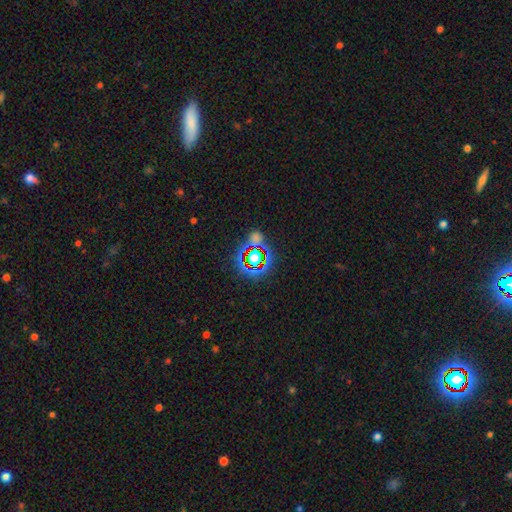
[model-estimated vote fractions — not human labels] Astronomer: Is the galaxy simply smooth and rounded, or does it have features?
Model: star or artifact — 71%.